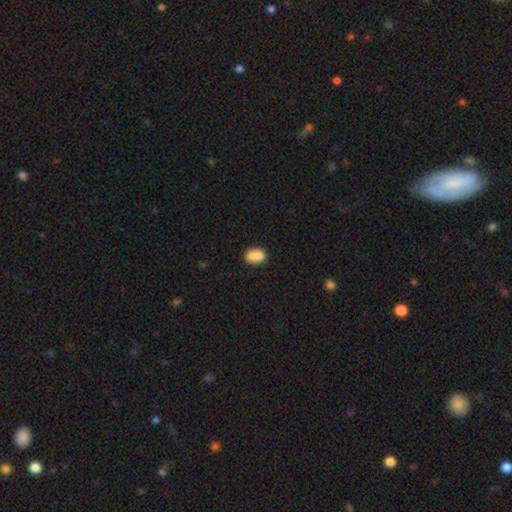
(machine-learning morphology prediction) Overall: smooth (72%). How rounded: round (51%; in between 48%). Merging: merger (61%; none 28%).